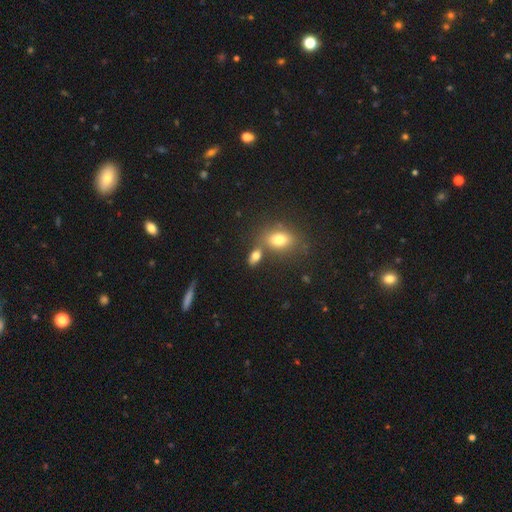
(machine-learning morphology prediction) A smooth galaxy with no disk features (75%) that is in between round and cigar-shaped (79%).

Vote fractions:
- Smooth or featured? smooth: 75% / featured or disk: 13% / star or artifact: 12%
- How rounded? in between: 79% / round: 13% / cigar-shaped: 8%
- Merging? none: 59% / merger: 24% / minor disturbance: 12% / major disturbance: 5%